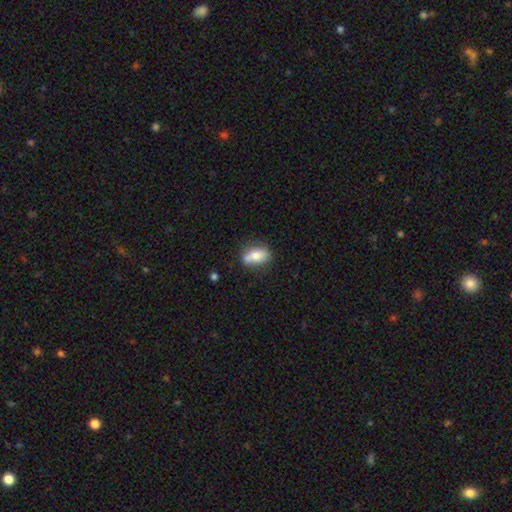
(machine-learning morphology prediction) Smooth or featured?
  - smooth: 71% *
  - featured or disk: 22%
  - star or artifact: 8%
How rounded?
  - in between: 81% *
  - round: 11%
  - cigar-shaped: 8%
Merging?
  - none: 64% *
  - minor disturbance: 23%
  - merger: 7%
  - major disturbance: 6%